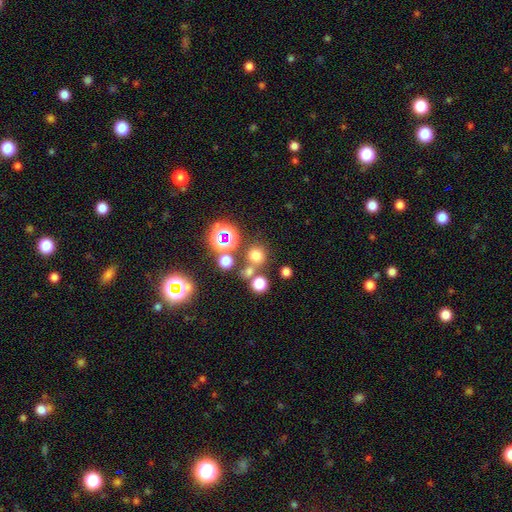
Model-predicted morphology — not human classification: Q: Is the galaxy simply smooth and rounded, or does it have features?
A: smooth — 66%.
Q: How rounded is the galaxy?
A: round — 88%.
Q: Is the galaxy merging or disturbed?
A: none — 69%.